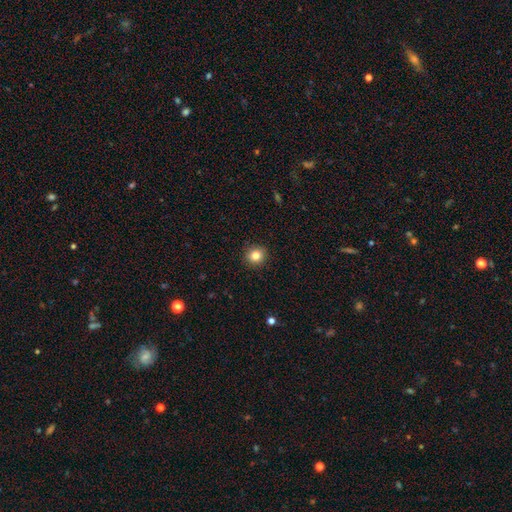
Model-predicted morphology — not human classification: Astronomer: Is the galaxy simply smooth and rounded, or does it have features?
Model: smooth — 84%.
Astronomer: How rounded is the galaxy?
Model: round — 89%.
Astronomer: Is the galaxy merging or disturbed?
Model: none — 92%.